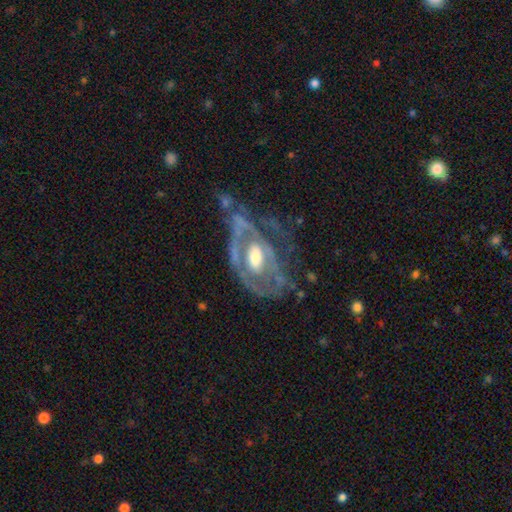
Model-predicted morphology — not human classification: This is clearly a featured or disk galaxy (82%). It is clearly not viewed edge-on (94%). Bar: possibly no (55%). Spiral arm pattern: likely yes (68%). Spiral arm count: marginally can't tell (37%). Spiral winding: possibly tight (53%). Central bulge: possibly moderate (57%). Merging: marginally none (43%).